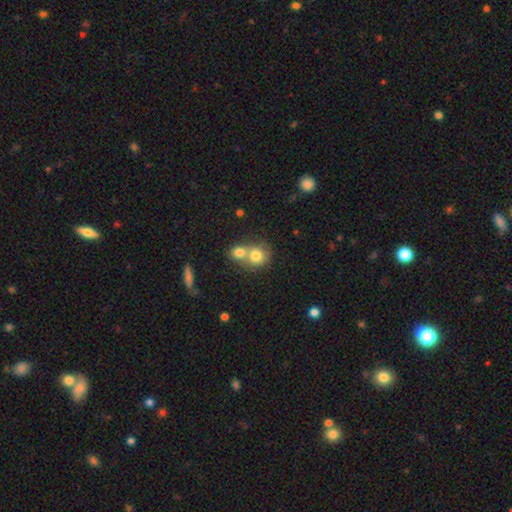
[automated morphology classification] Q: Smooth or featured?
A: smooth (76%); runner-up: featured or disk (14%)
Q: How rounded?
A: round (77%); runner-up: in between (22%)
Q: Merging?
A: merger (64%); runner-up: none (28%)